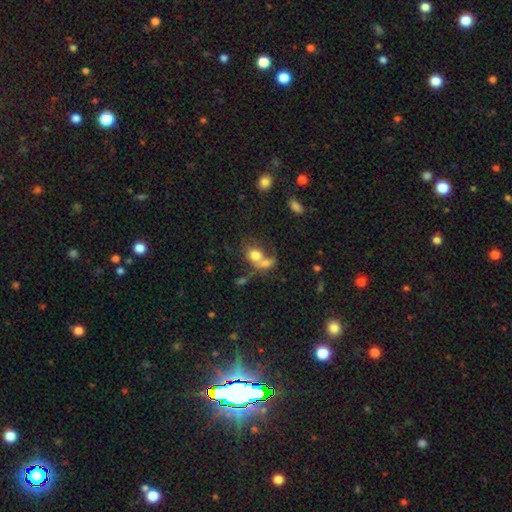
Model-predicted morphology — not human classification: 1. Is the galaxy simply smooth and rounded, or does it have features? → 74% smooth, 16% featured or disk, 11% star or artifact.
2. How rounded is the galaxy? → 51% in between, 47% round, 2% cigar-shaped.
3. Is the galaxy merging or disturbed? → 54% merger, 28% none, 10% minor disturbance, 9% major disturbance.